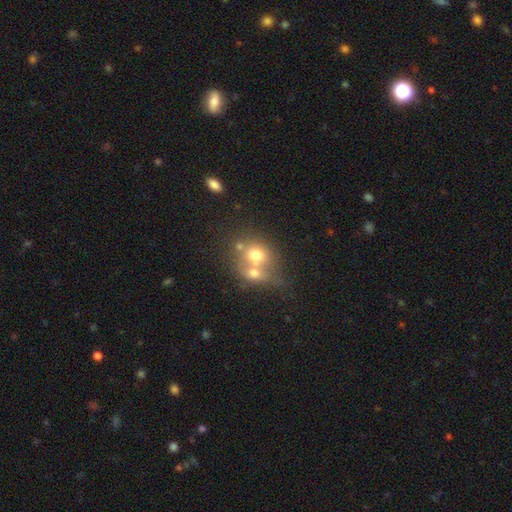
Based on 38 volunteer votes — smooth 71%, featured or disk 21%, star or artifact 8%. Down the decision tree: how rounded — round (70%); merging — merger (74%).